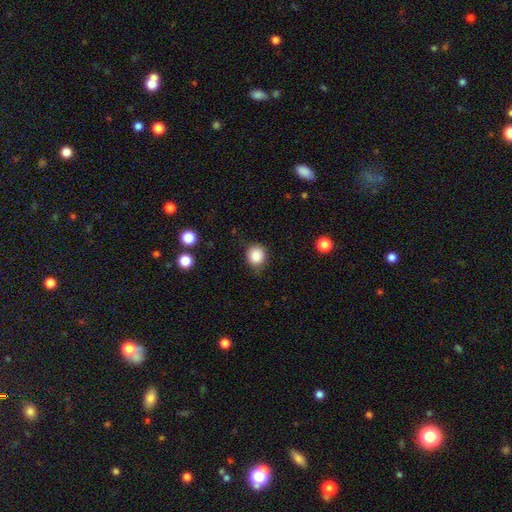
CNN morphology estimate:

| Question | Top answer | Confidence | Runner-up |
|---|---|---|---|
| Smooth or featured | smooth | 86% | star or artifact (10%) |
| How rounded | round | 81% | in between (19%) |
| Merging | none | 75% | minor disturbance (19%) |